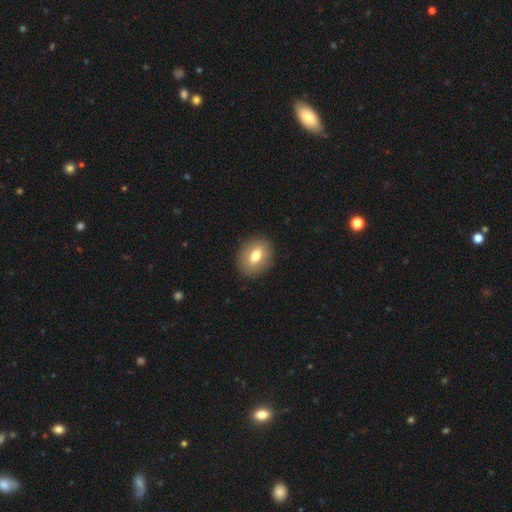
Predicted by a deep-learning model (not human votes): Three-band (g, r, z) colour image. It shows a smooth galaxy with no disk features (73%) that is in between round and cigar-shaped (63%). Merging: none (89%).